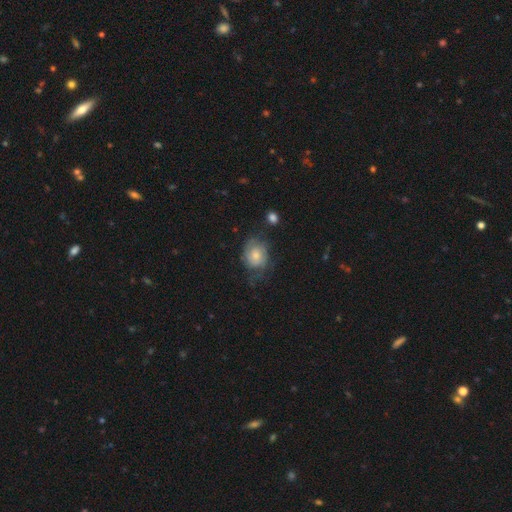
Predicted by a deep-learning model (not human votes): Smooth or featured: featured or disk — 54% (smooth — 38%)
Edge-on disk: no — 97% (yes — 3%)
Bar: no — 76% (weak — 21%)
Spiral arms: yes — 83% (no — 17%)
Bulge size: moderate — 50% (small — 35%)
Merging: none — 52% (minor disturbance — 27%)